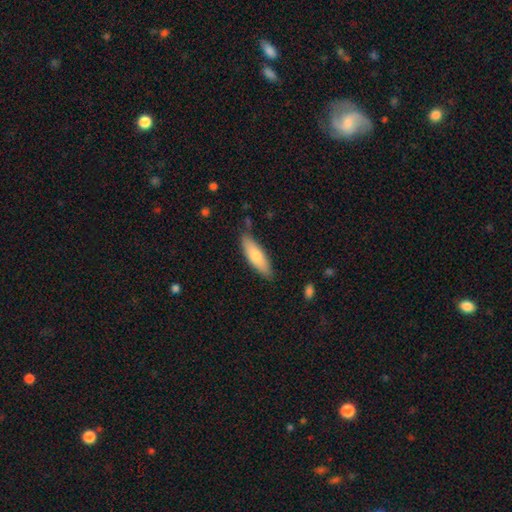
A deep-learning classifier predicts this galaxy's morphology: Smooth or featured? smooth (73%)
How rounded? cigar-shaped (50%)
Merging? none (81%)